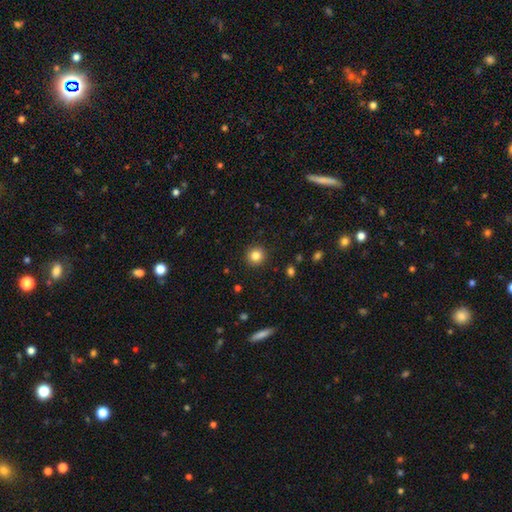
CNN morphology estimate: Smooth or featured? smooth (84%)
How rounded? round (93%)
Merging? none (91%)